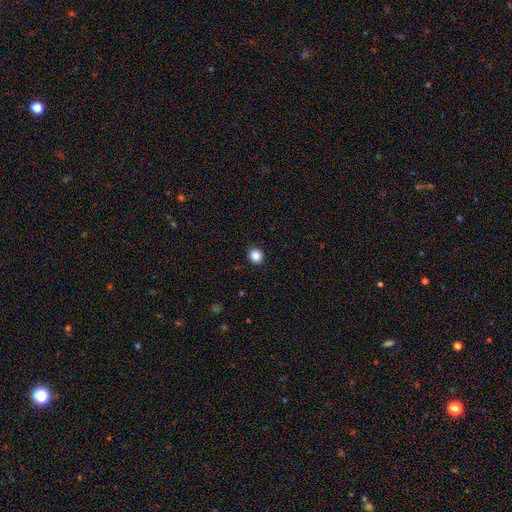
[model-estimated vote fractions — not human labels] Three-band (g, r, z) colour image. It shows a smooth galaxy with no disk features (86%) that is round (85%). Merging: none (92%).